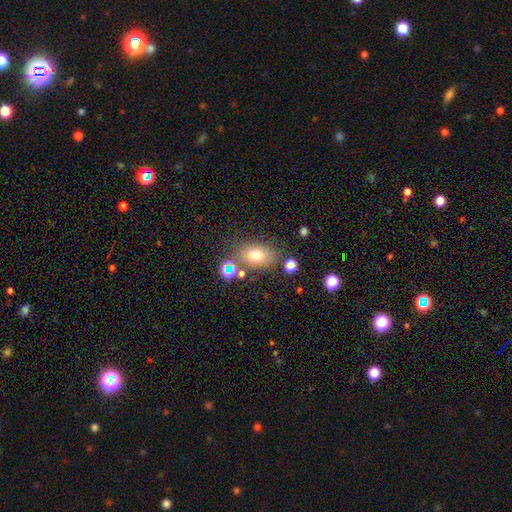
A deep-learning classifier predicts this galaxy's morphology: The model was most divided on "how rounded": in between: 76%, round: 22%, cigar-shaped: 2%. More confident: merging — none (72%); smooth or featured — smooth (70%).